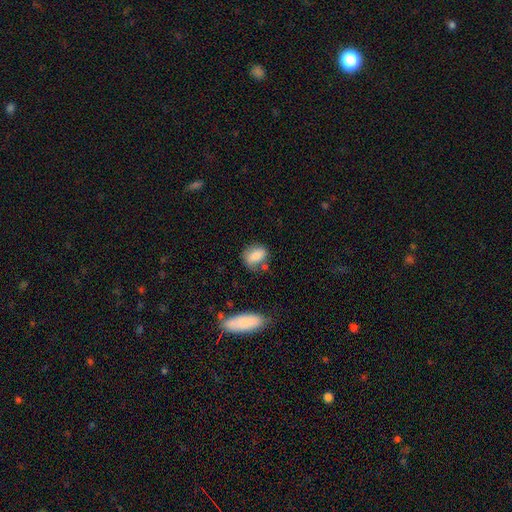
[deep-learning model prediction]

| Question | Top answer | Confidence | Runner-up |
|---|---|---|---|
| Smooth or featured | smooth | 82% | featured or disk (10%) |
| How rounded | in between | 68% | round (29%) |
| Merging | none | 59% | minor disturbance (24%) |